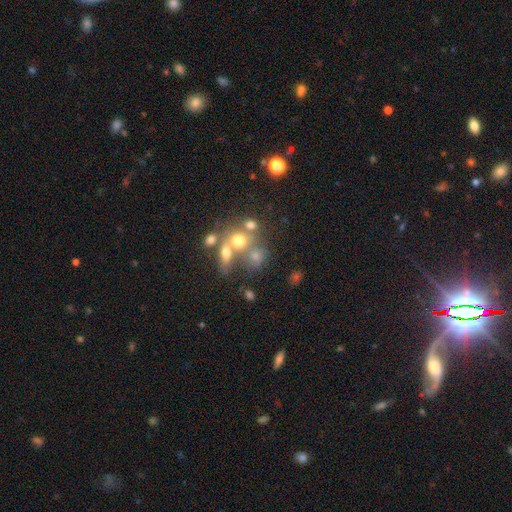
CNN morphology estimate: Smooth or featured? smooth (64%)
How rounded? round (63%)
Merging? merger (42%)